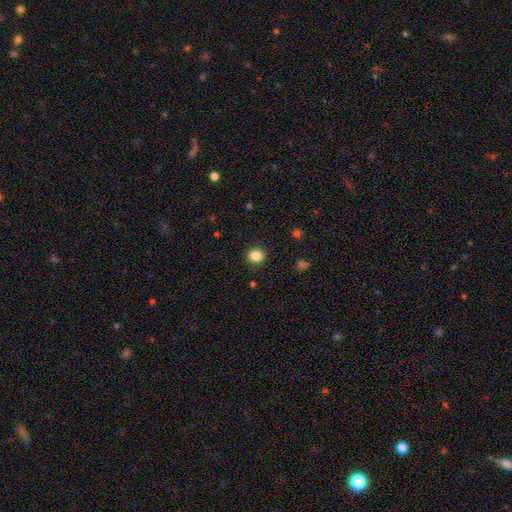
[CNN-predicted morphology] A smooth galaxy with no disk features (85%) that is round (76%).

Vote fractions:
- Smooth or featured? smooth: 85% / star or artifact: 11% / featured or disk: 4%
- How rounded? round: 76% / in between: 23% / cigar-shaped: 1%
- Merging? none: 90% / minor disturbance: 7% / major disturbance: 2% / merger: 1%